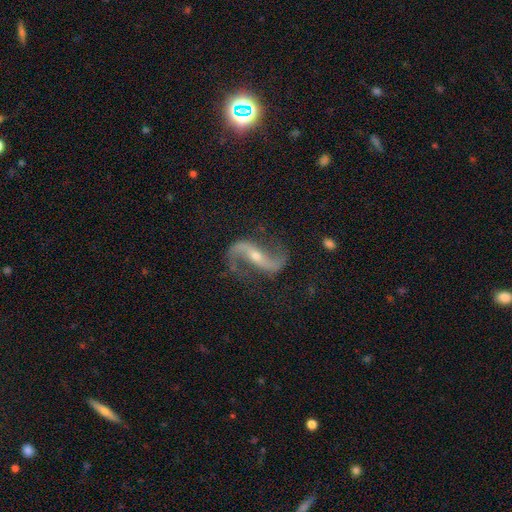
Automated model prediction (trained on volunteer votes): This is clearly a featured or disk galaxy (91%). It is clearly not viewed edge-on (96%). Bar: marginally strong (44%). Spiral arm pattern: clearly yes (98%). Spiral arm count: clearly 2 (94%). Spiral winding: likely loose (71%). Central bulge: possibly small (60%). Merging: clearly none (80%).